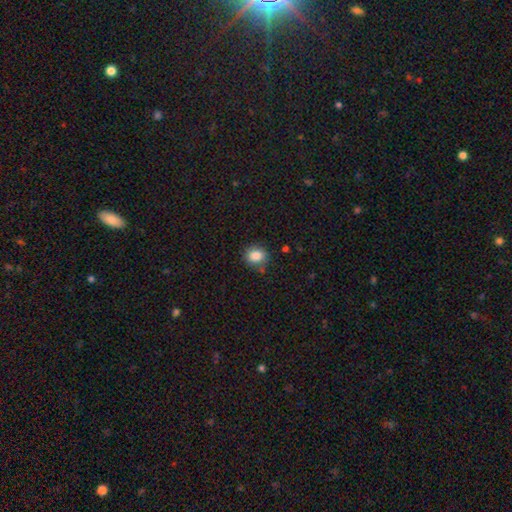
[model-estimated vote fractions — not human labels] Q: Smooth or featured?
A: smooth (86%); runner-up: star or artifact (9%)
Q: How rounded?
A: round (71%); runner-up: in between (28%)
Q: Merging?
A: none (79%); runner-up: minor disturbance (15%)